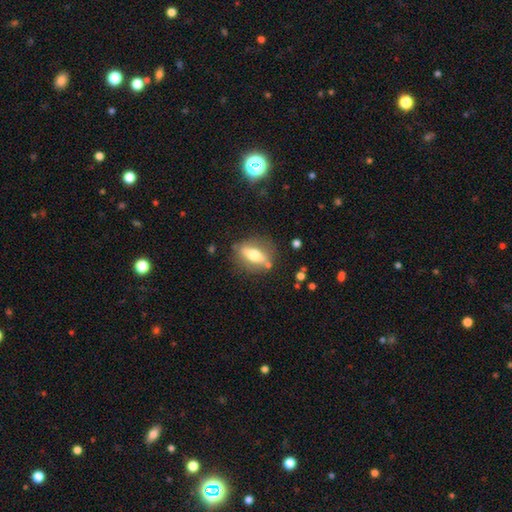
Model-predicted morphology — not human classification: A smooth galaxy with no disk features (52%) that is in between round and cigar-shaped (65%). Merging: none (77%).